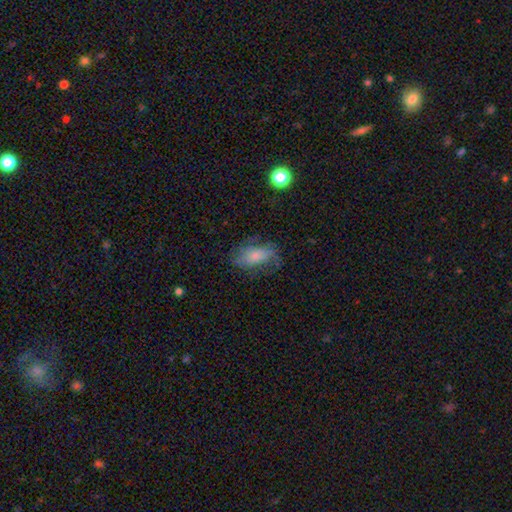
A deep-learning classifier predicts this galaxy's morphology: Smooth or featured: smooth — 54% (featured or disk — 37%)
How rounded: in between — 87% (round — 7%)
Merging: none — 56% (minor disturbance — 24%)